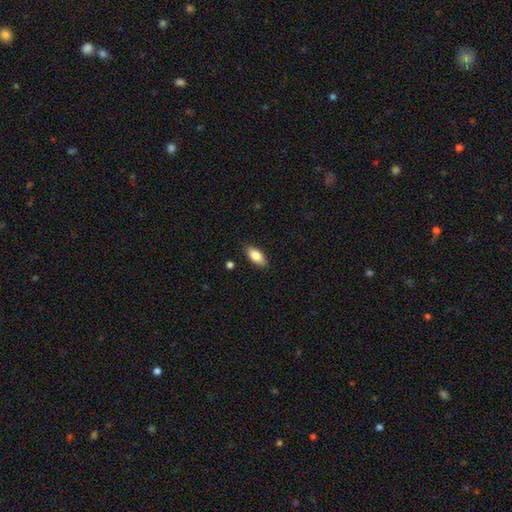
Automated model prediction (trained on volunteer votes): Smooth or featured?
  - smooth: 82% *
  - featured or disk: 11%
  - star or artifact: 7%
How rounded?
  - in between: 87% *
  - cigar-shaped: 10%
  - round: 3%
Merging?
  - none: 85% *
  - minor disturbance: 11%
  - major disturbance: 2%
  - merger: 1%